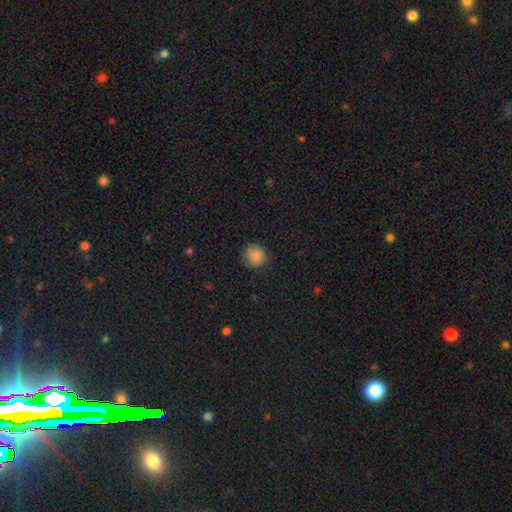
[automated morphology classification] type=smooth (81%); roundness=round (88%); merging=none (76%).